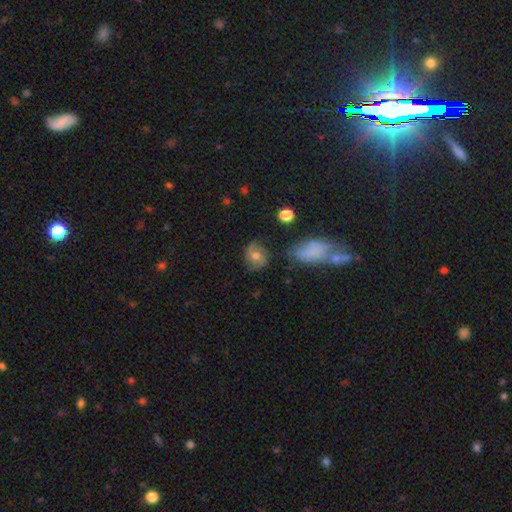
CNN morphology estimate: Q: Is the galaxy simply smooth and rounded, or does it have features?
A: smooth — 47%.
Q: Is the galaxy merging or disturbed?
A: none — 69%.